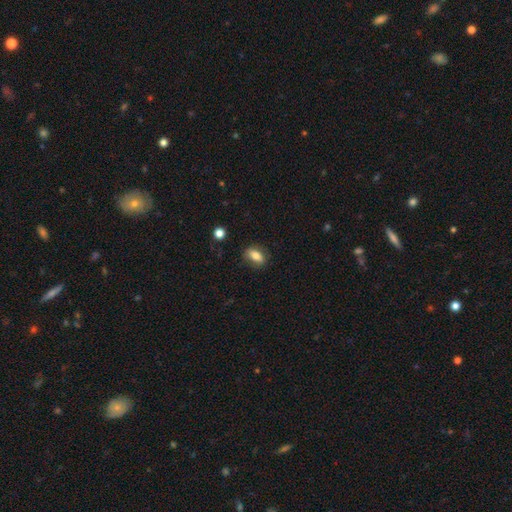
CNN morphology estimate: Smooth or featured? smooth (77%)
How rounded? in between (81%)
Merging? none (81%)